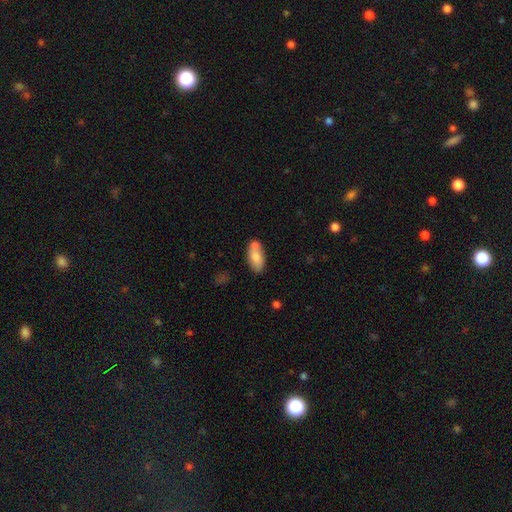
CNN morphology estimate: Smooth or featured?
  - smooth: 76% *
  - featured or disk: 17%
  - star or artifact: 7%
How rounded?
  - in between: 86% *
  - cigar-shaped: 11%
  - round: 3%
Merging?
  - none: 52% *
  - merger: 27%
  - minor disturbance: 16%
  - major disturbance: 4%